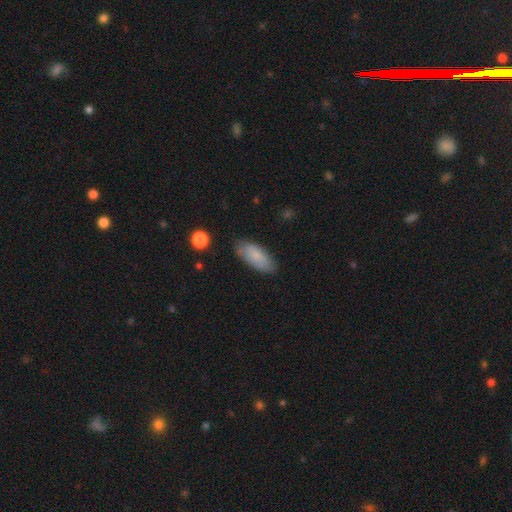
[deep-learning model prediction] smooth-or-featured: smooth: 79% | featured or disk: 14% | star or artifact: 6%
  how-rounded: in between: 83% | cigar-shaped: 15% | round: 2%
  merging: none: 76% | minor disturbance: 19% | major disturbance: 3% | merger: 2%